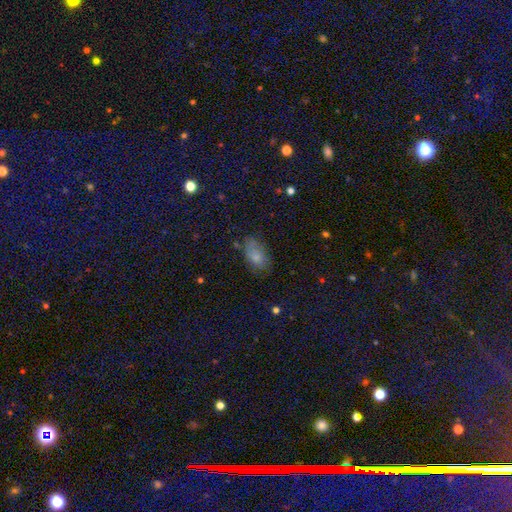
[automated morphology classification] This appears to be a smooth galaxy with no disk features (75%) that is in between round and cigar-shaped (91%). Merging: none (62%).